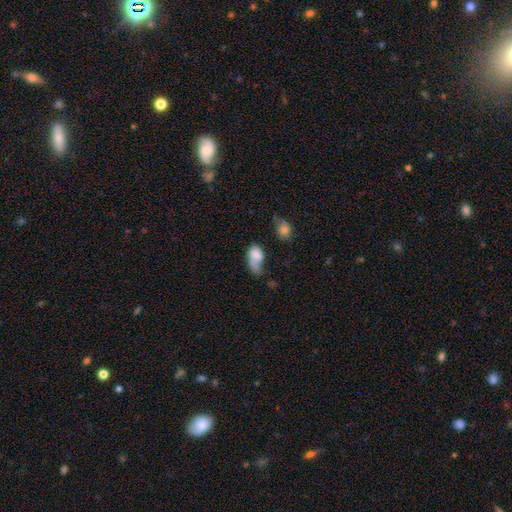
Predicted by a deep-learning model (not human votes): smooth_or_featured: smooth (p=0.72) [alt: featured or disk p=0.19]
how_rounded: in between (p=0.87) [alt: round p=0.10]
merging: major disturbance (p=0.35) [alt: minor disturbance p=0.29]